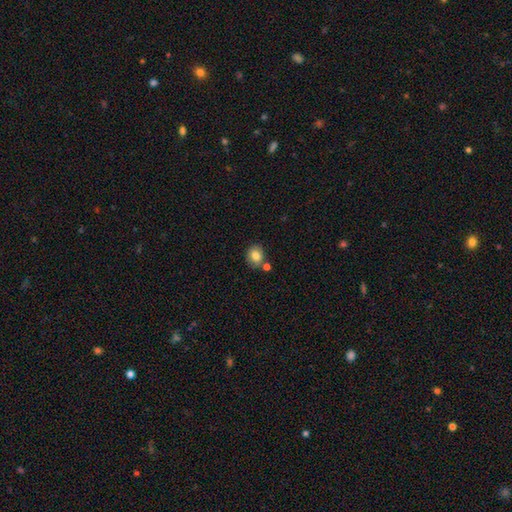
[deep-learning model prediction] Smooth or featured? Predicted: smooth (p=0.82). How rounded? Predicted: round (p=0.64). Merging? Predicted: none (p=0.71).